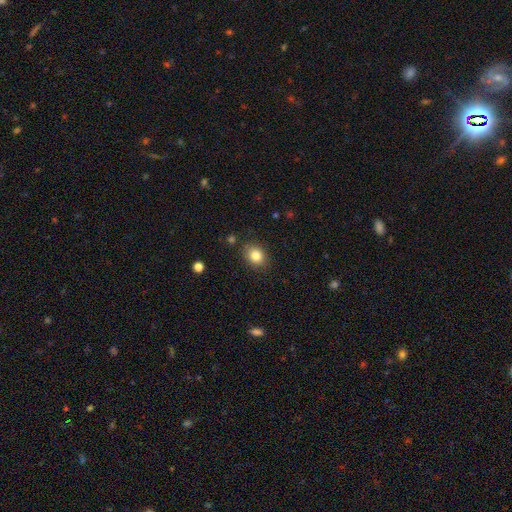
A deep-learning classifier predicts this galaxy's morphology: smooth 83%, star or artifact 10%, featured or disk 7%. Down the decision tree: how rounded — round (53%); merging — none (84%).